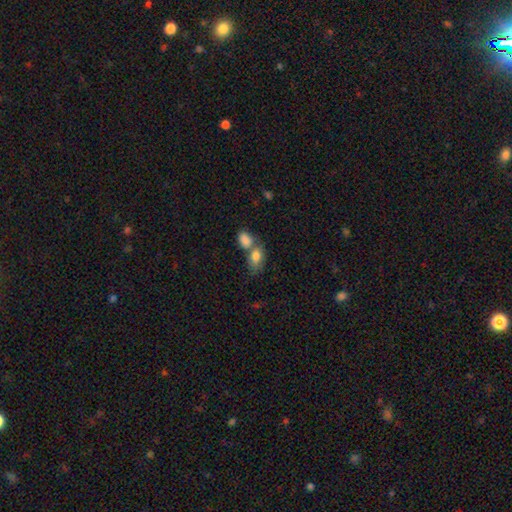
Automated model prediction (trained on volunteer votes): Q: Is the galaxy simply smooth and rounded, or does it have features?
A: smooth — 80%.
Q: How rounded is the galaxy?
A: in between — 85%.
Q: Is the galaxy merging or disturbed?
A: merger — 57%.